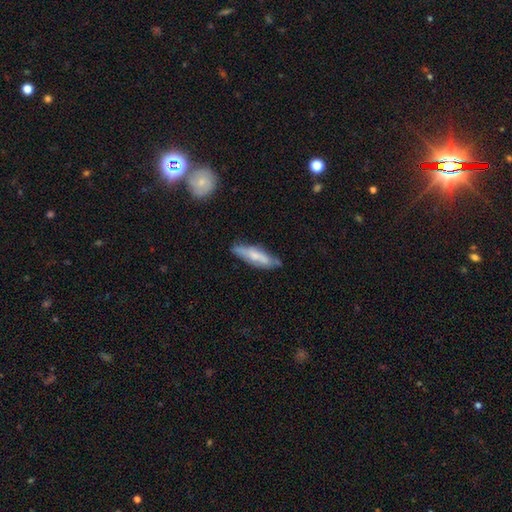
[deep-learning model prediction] The model was most divided on "smooth or featured": smooth: 59%, featured or disk: 35%, star or artifact: 6%. More confident: merging — none (69%); how rounded — cigar-shaped (67%).